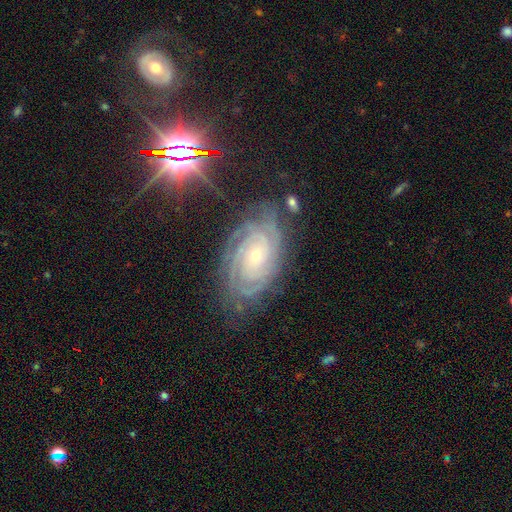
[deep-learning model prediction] Morphology: type=featured or disk (85%); edge-on=no (96%); bar=no (74%); spiral arms=yes (98%); winding=tight (83%); arm count=can't tell (24%); bulge=small (74%); merging=none (74%).